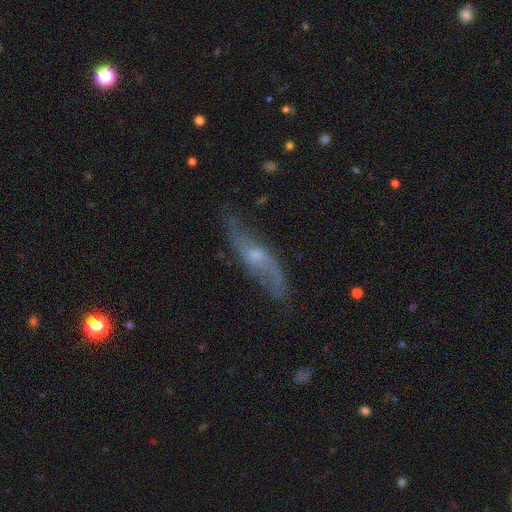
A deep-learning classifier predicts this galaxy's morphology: smooth_or_featured: featured or disk (p=0.73) [alt: smooth p=0.19]
disk_edge_on: no (p=0.74) [alt: yes p=0.26]
bar: no (p=0.53) [alt: weak p=0.39]
has_spiral_arms: yes (p=0.87) [alt: no p=0.13]
bulge_size: small (p=0.53) [alt: moderate p=0.37]
merging: none (p=0.70) [alt: minor disturbance p=0.20]